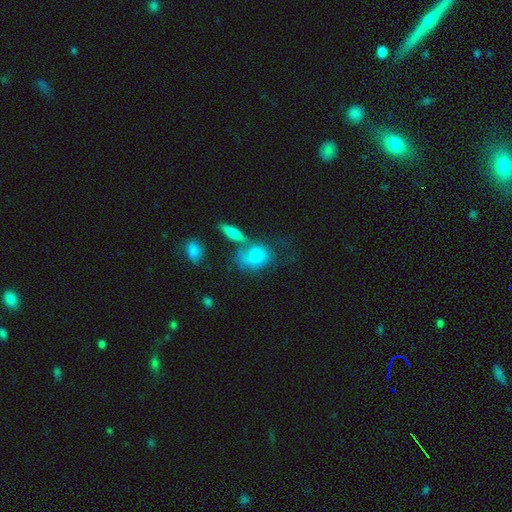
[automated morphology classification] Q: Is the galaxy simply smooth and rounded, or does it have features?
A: smooth — 73%.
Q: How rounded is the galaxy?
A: in between — 62%.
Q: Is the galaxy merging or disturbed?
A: none — 34%.